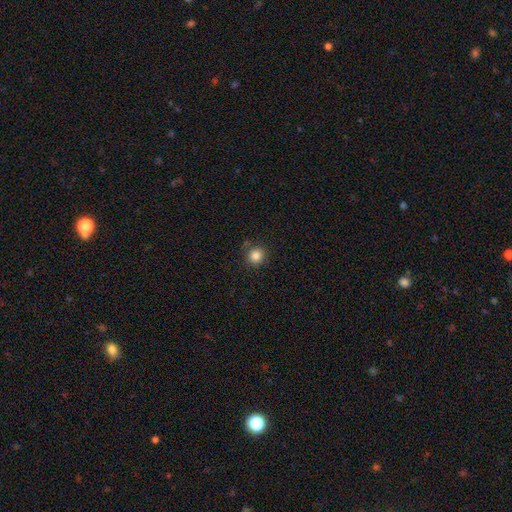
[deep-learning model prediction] Morphology: type=smooth (84%); roundness=round (92%); merging=none (85%).